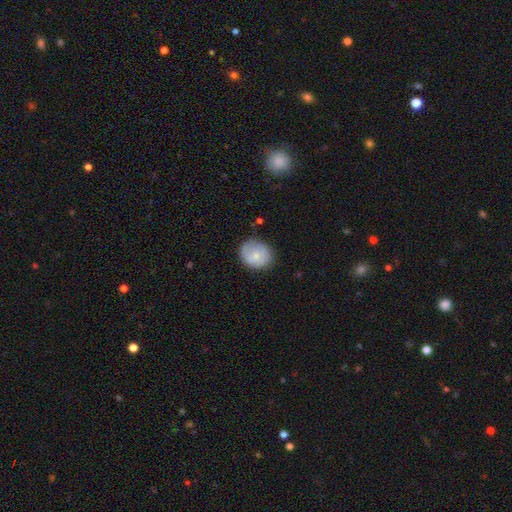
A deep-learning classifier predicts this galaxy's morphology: Smooth or featured?
  - smooth: 71% *
  - featured or disk: 23%
  - star or artifact: 7%
How rounded?
  - round: 72% *
  - in between: 27%
  - cigar-shaped: 1%
Merging?
  - none: 73% *
  - minor disturbance: 20%
  - major disturbance: 5%
  - merger: 2%